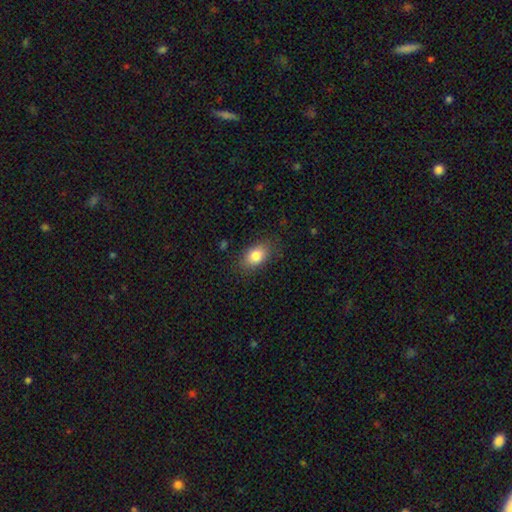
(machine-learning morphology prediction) Smooth or featured?
  - smooth: 82% *
  - featured or disk: 10%
  - star or artifact: 8%
How rounded?
  - in between: 85% *
  - round: 13%
  - cigar-shaped: 2%
Merging?
  - none: 82% *
  - minor disturbance: 13%
  - major disturbance: 4%
  - merger: 1%